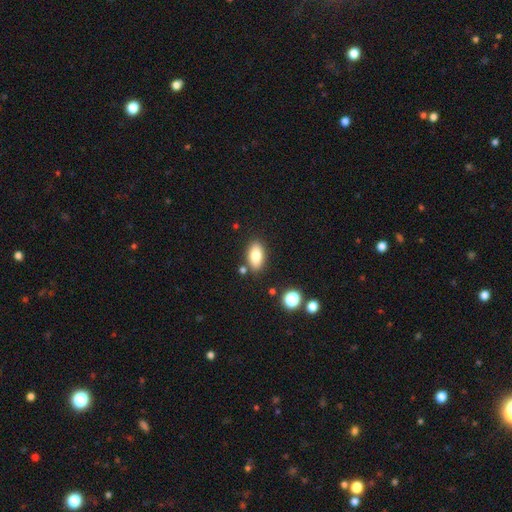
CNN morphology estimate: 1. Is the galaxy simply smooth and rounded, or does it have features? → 80% smooth, 12% featured or disk, 8% star or artifact.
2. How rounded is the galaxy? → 90% in between, 5% round, 5% cigar-shaped.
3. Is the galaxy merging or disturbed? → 82% none, 10% minor disturbance, 5% merger, 3% major disturbance.